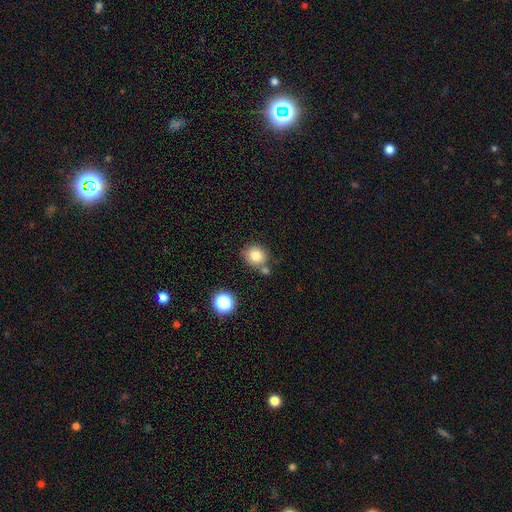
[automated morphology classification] smooth-or-featured: smooth: 83% | star or artifact: 11% | featured or disk: 7%
  how-rounded: round: 81% | in between: 18% | cigar-shaped: 1%
  merging: none: 67% | merger: 16% | minor disturbance: 13% | major disturbance: 4%